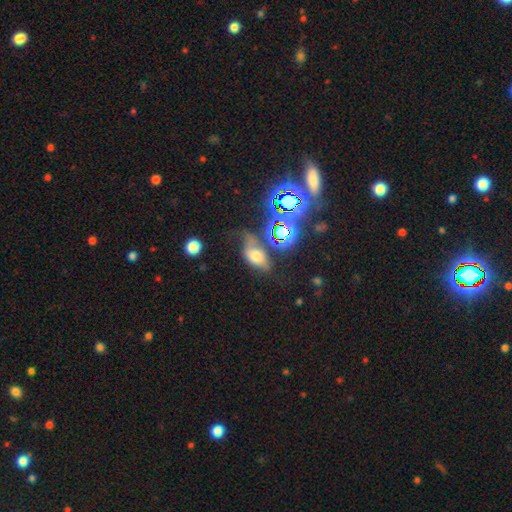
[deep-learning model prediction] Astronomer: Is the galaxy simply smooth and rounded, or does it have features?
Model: smooth — 54%.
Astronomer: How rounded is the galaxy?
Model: in between — 85%.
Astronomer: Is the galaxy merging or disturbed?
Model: none — 35% (runner-up: minor disturbance, 30%).